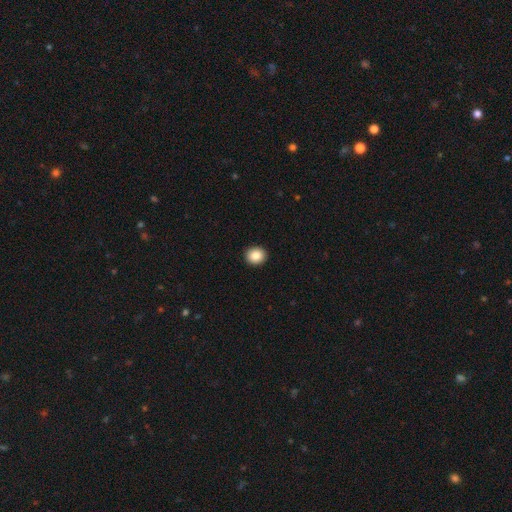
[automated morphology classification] Q: Smooth or featured?
A: smooth (87%); runner-up: star or artifact (9%)
Q: How rounded?
A: round (77%); runner-up: in between (22%)
Q: Merging?
A: none (93%); runner-up: minor disturbance (5%)